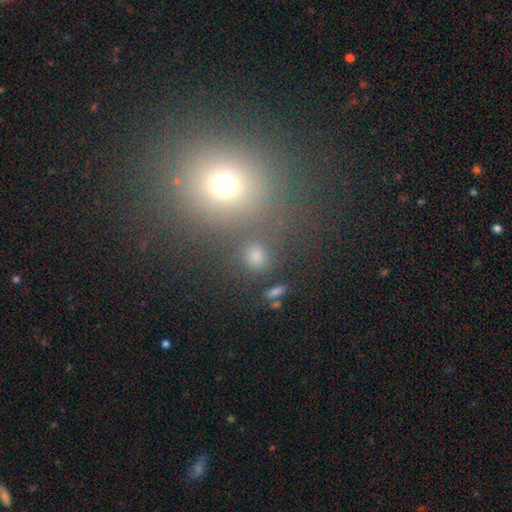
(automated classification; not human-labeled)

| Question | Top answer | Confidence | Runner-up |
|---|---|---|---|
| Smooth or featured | smooth | 70% | star or artifact (22%) |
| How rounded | round | 76% | in between (22%) |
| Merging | none | 78% | merger (9%) |